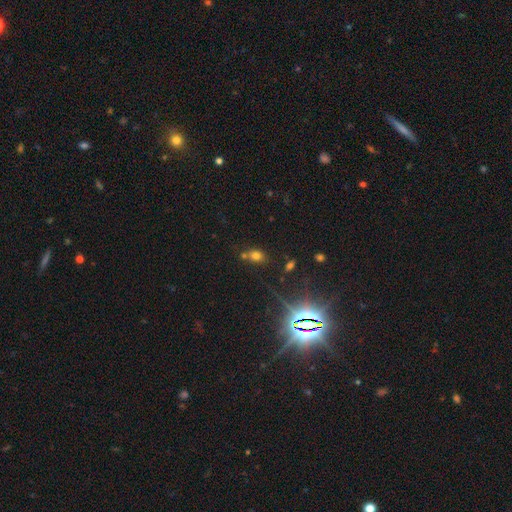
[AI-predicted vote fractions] A smooth galaxy with no disk features (65%) that is in between round and cigar-shaped (60%).

Vote fractions:
- Smooth or featured? smooth: 65% / star or artifact: 25% / featured or disk: 10%
- How rounded? in between: 60% / round: 38% / cigar-shaped: 2%
- Merging? none: 59% / merger: 23% / minor disturbance: 13% / major disturbance: 5%